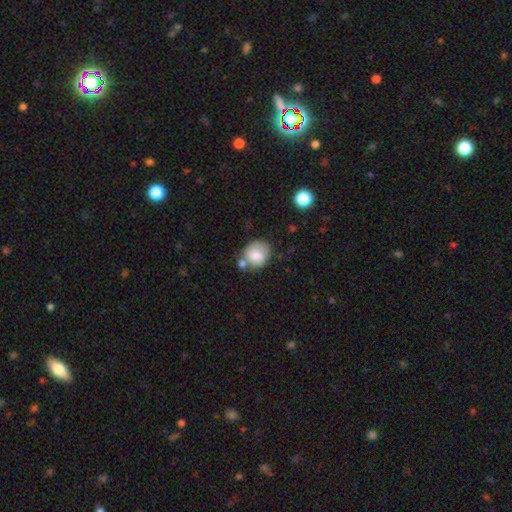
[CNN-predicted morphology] smooth_or_featured: smooth (p=0.79) [alt: featured or disk p=0.13]
how_rounded: round (p=0.74) [alt: in between p=0.25]
merging: none (p=0.55) [alt: merger p=0.22]